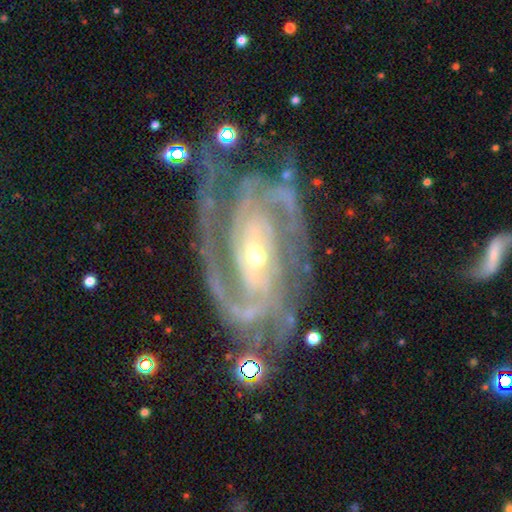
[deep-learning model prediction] smooth-or-featured: featured or disk: 92% | star or artifact: 5% | smooth: 3%
  disk-edge-on: no: 97% | yes: 3%
    bar: no: 47% | weak: 32% | strong: 21%
    has-spiral-arms: yes: 98% | no: 2%
      spiral-winding: tight: 49% | medium: 40% | loose: 11%
      spiral-arm-count: 2: 55% | 3: 16% | can't tell: 11% | 4: 7% | 1: 6% | more than 4: 6%
    bulge-size: small: 56% | moderate: 39% | large: 2% | none: 1% | dominant: 1%
  merging: none: 57% | minor disturbance: 20% | major disturbance: 18% | merger: 5%